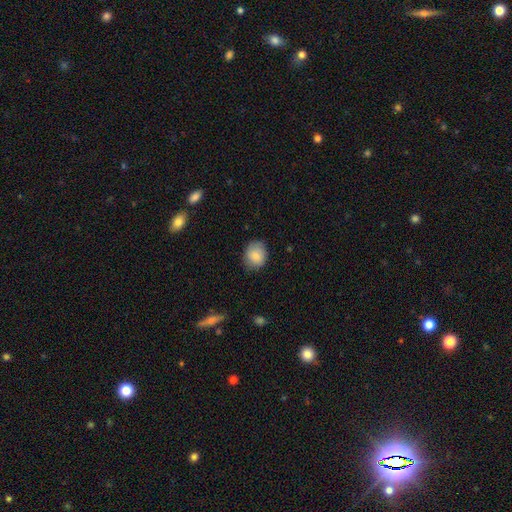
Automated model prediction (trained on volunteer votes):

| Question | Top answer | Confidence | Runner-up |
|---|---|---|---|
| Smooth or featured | smooth | 82% | featured or disk (11%) |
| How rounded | round | 65% | in between (34%) |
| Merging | none | 78% | minor disturbance (18%) |